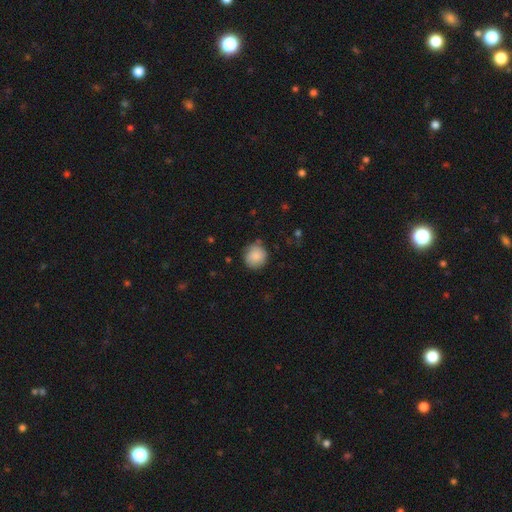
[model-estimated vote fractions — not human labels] A smooth galaxy with no disk features (86%) that is round (92%). Merging: none (82%).